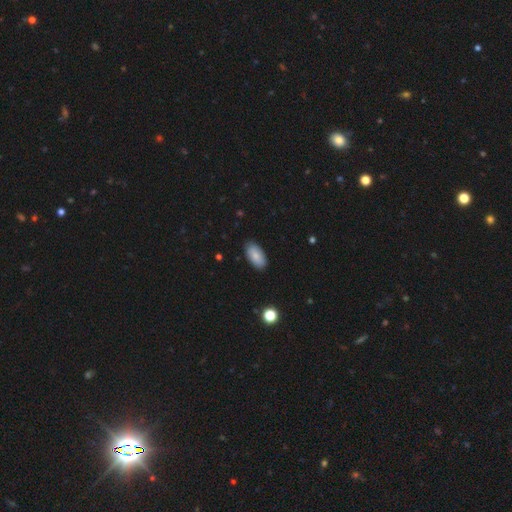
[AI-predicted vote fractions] Smooth or featured: smooth — 82% (featured or disk — 11%)
How rounded: in between — 94% (cigar-shaped — 3%)
Merging: none — 87% (minor disturbance — 10%)